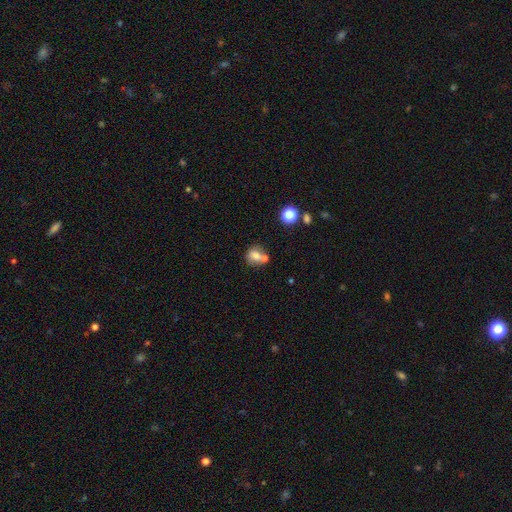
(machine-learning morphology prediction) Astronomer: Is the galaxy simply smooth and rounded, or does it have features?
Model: smooth — 71%.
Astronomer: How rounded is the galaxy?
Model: round — 68%.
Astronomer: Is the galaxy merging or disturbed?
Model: none — 45% (runner-up: merger, 38%).